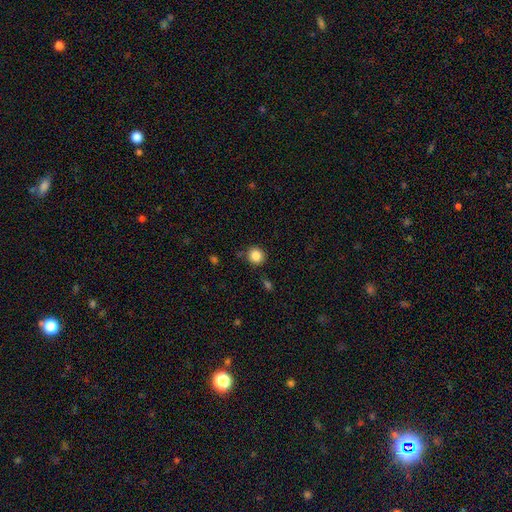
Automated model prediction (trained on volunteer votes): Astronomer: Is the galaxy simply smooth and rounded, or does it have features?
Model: smooth — 86%.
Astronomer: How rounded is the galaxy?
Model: round — 91%.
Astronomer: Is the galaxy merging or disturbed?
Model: none — 86%.